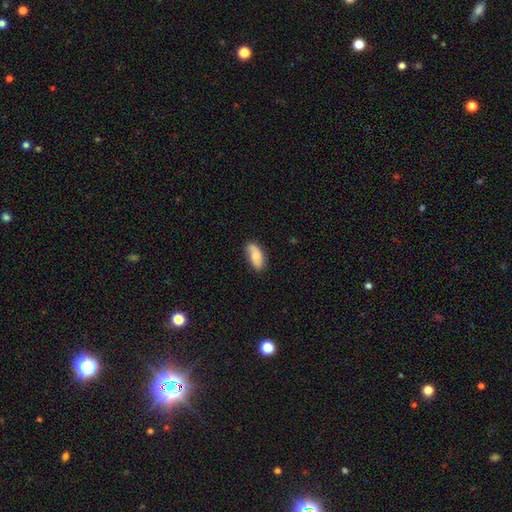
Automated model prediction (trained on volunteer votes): Smooth or featured? Predicted: smooth (p=0.68). How rounded? Predicted: in between (p=0.88). Merging? Predicted: none (p=0.74).